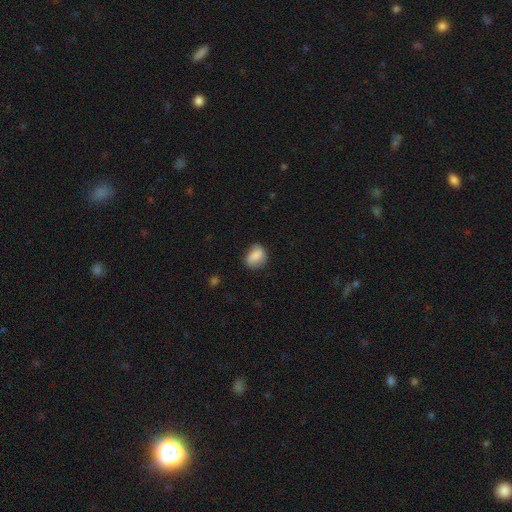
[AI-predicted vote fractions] smooth-or-featured: smooth: 79% | featured or disk: 13% | star or artifact: 8%
  how-rounded: in between: 56% | round: 43% | cigar-shaped: 1%
  merging: none: 67% | minor disturbance: 25% | major disturbance: 6% | merger: 2%